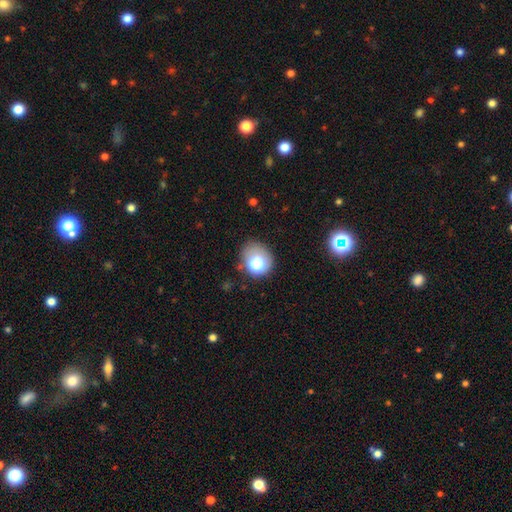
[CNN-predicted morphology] A smooth galaxy with no disk features (68%) that is round (71%).

Vote fractions:
- Smooth or featured? smooth: 68% / star or artifact: 17% / featured or disk: 15%
- How rounded? round: 71% / in between: 28% / cigar-shaped: 1%
- Merging? none: 66% / minor disturbance: 18% / major disturbance: 10% / merger: 6%